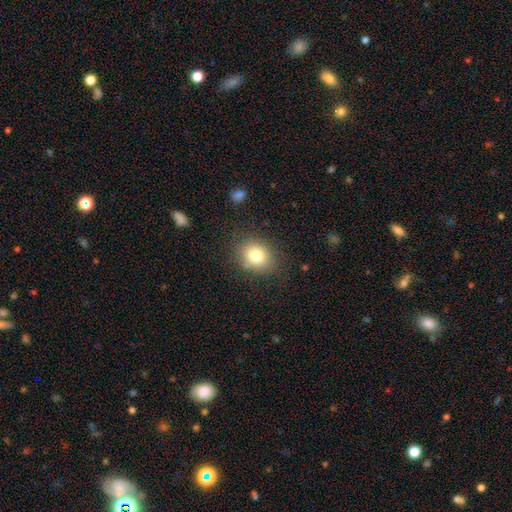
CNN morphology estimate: Smooth or featured? Predicted: smooth (p=0.78). How rounded? Predicted: round (p=0.59). Merging? Predicted: none (p=0.81).